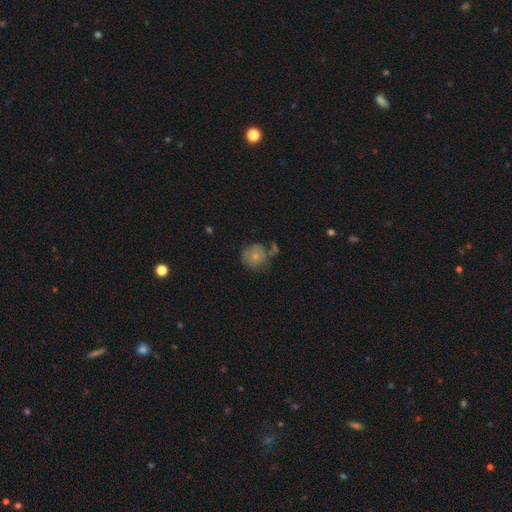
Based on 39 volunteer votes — Smooth or featured? smooth (56%)
How rounded? round (77%)
Merging? none (38%)